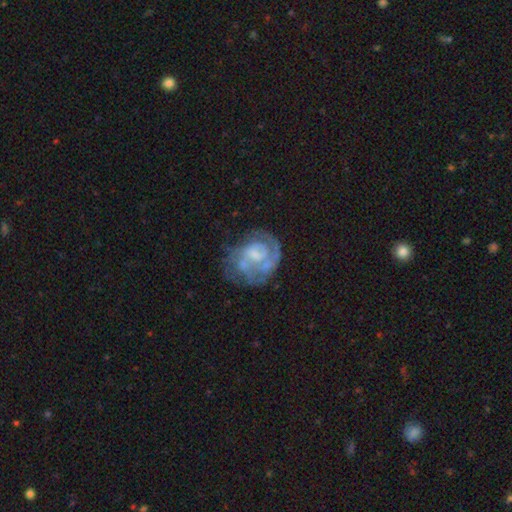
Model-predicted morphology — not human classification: Smooth or featured?
  - featured or disk: 76% *
  - smooth: 17%
  - star or artifact: 7%
Edge-on disk?
  - no: 98% *
  - yes: 2%
Bar?
  - no: 58% *
  - weak: 35%
  - strong: 7%
Spiral arms?
  - yes: 74% *
  - no: 26%
Spiral winding?
  - tight: 58% *
  - medium: 30%
  - loose: 12%
Spiral arm count?
  - can't tell: 39% *
  - 2: 27%
  - 1: 18%
  - 3: 10%
  - 4: 3%
  - more than 4: 3%
Bulge size?
  - small: 42% *
  - moderate: 30%
  - none: 22%
  - large: 4%
  - dominant: 1%
Merging?
  - none: 46% *
  - major disturbance: 23%
  - minor disturbance: 22%
  - merger: 9%